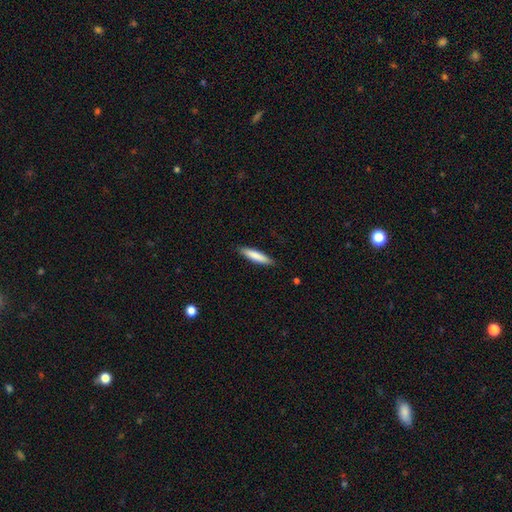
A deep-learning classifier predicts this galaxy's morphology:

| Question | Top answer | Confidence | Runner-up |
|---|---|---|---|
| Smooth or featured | smooth | 82% | featured or disk (13%) |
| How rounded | cigar-shaped | 83% | in between (15%) |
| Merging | none | 88% | minor disturbance (9%) |